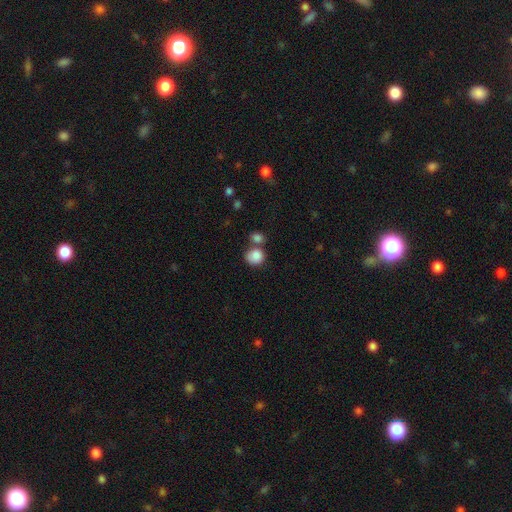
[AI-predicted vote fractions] The model was most divided on "merging": none: 50%, merger: 34%, minor disturbance: 12%, major disturbance: 5%. More confident: smooth or featured — smooth (85%); how rounded — round (80%).